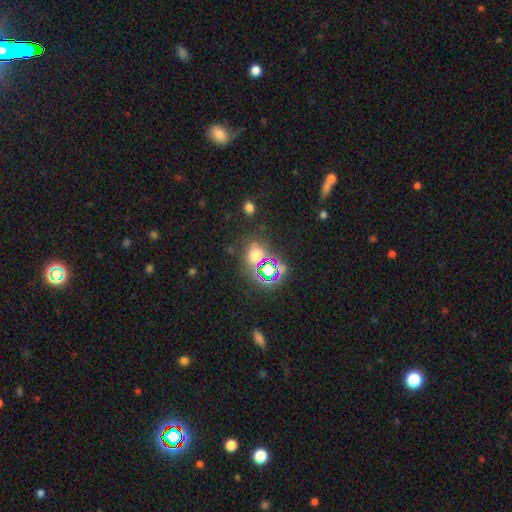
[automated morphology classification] A smooth galaxy with no disk features (48%). Merging: none (66%).